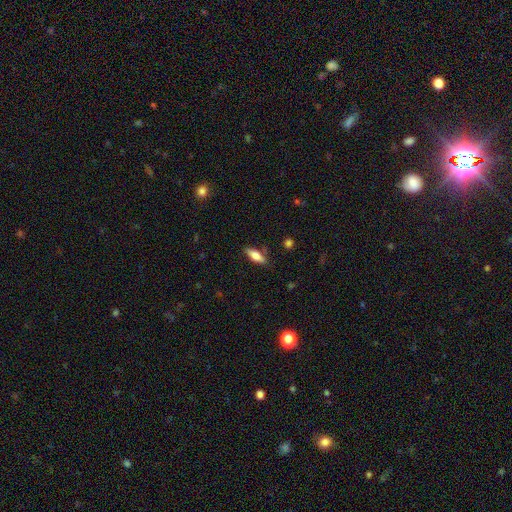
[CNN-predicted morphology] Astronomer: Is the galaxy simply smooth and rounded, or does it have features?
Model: smooth — 69%.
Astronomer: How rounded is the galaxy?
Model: in between — 60% (runner-up: cigar-shaped, 37%).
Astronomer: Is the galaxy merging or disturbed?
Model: none — 81%.